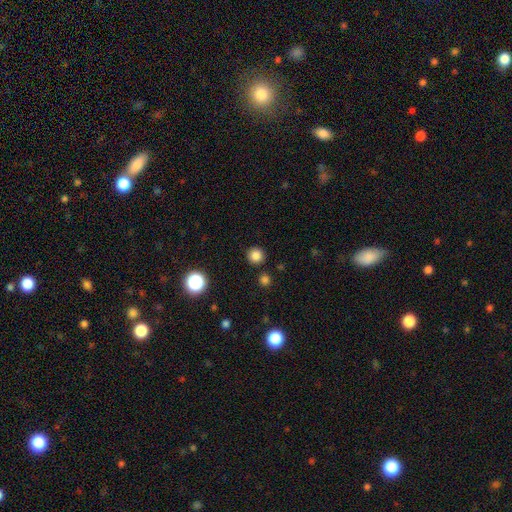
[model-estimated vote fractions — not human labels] Morphology: type=smooth (83%); roundness=round (94%); merging=none (90%).